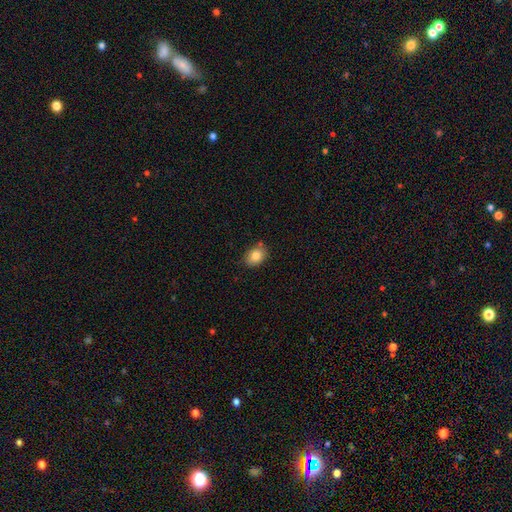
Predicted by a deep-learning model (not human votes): This is clearly a smooth galaxy (84%). How rounded: likely in between (65%). Merging: likely none (76%).